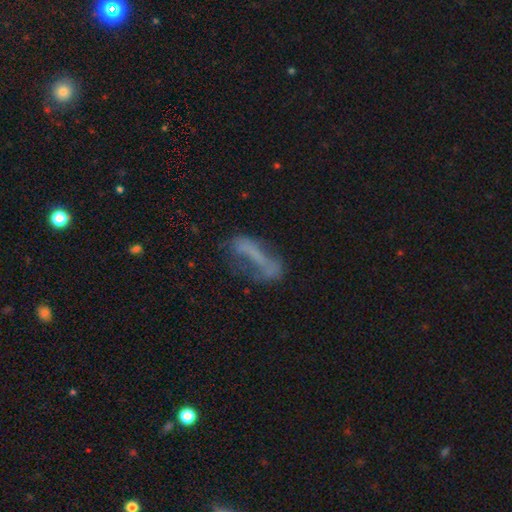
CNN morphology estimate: Smooth or featured? Predicted: smooth (p=0.46). Merging? Predicted: none (p=0.41).